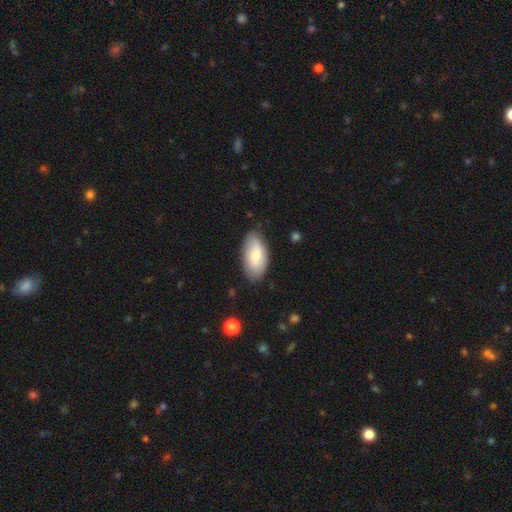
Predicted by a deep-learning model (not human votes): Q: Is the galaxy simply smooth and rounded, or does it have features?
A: smooth — 66%.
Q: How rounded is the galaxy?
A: in between — 94%.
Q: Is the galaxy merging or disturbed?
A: none — 78%.